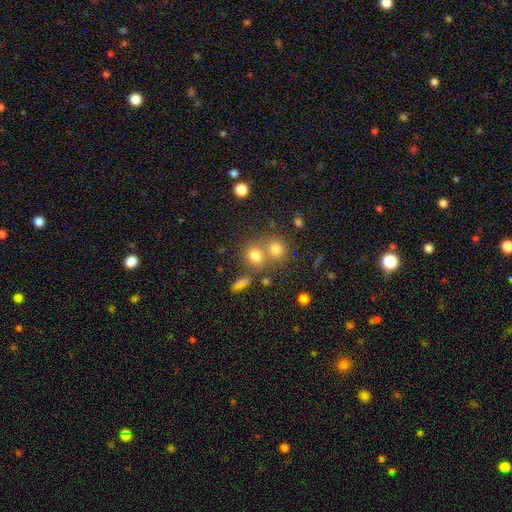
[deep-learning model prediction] smooth-or-featured: smooth: 75% | star or artifact: 15% | featured or disk: 10%
  how-rounded: round: 74% | in between: 25% | cigar-shaped: 1%
  merging: none: 48% | merger: 39% | minor disturbance: 9% | major disturbance: 4%